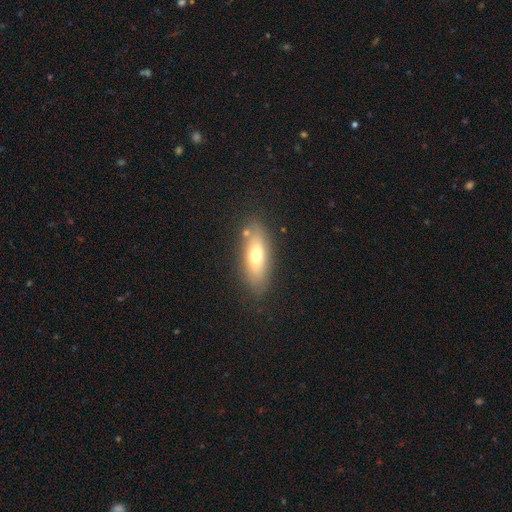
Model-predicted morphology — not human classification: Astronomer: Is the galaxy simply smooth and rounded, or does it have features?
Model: smooth — 65%.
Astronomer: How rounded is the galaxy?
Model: in between — 71%.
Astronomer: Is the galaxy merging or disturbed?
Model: none — 78%.